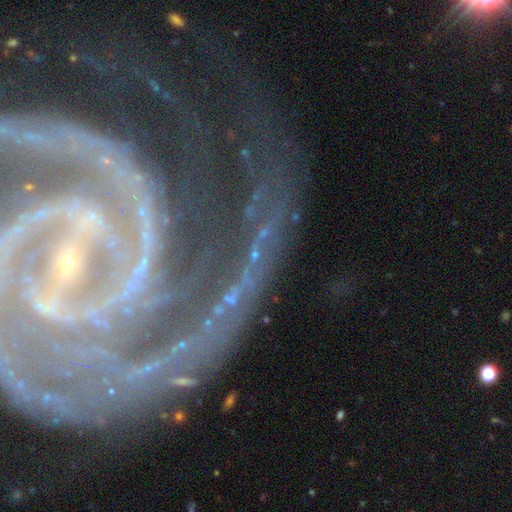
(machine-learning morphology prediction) Smooth or featured? Predicted: featured or disk (p=0.76). Edge-on disk? Predicted: no (p=0.93). Bar? Predicted: strong (p=0.43). Spiral arms? Predicted: yes (p=0.91). Spiral winding? Predicted: tight (p=0.43). Spiral arm count? Predicted: 2 (p=0.38). Bulge size? Predicted: small (p=0.69). Merging? Predicted: none (p=0.58).